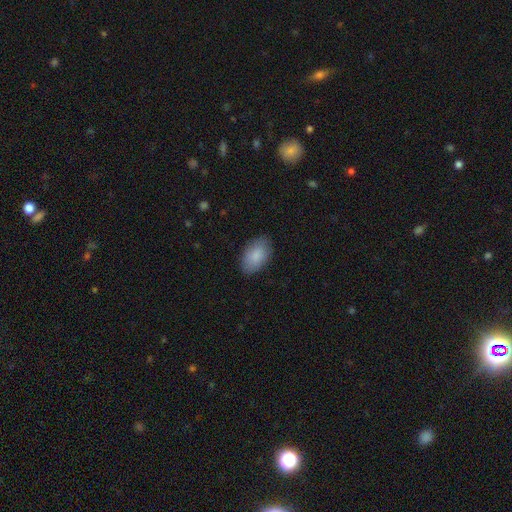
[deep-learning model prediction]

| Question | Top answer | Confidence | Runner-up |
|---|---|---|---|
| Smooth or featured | smooth | 87% | featured or disk (7%) |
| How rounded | in between | 94% | round (5%) |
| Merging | none | 85% | minor disturbance (11%) |